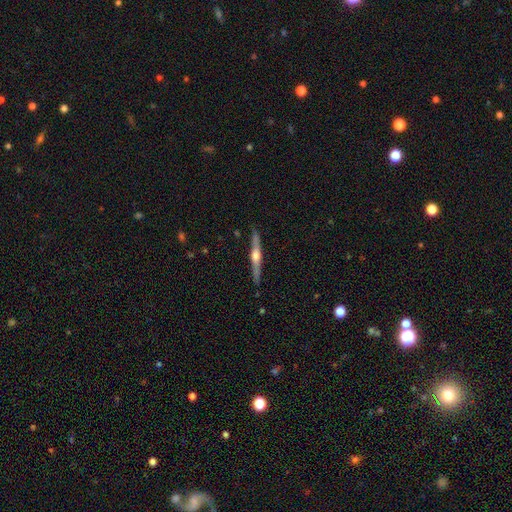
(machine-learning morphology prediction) The model was most divided on "smooth or featured": featured or disk: 74%, smooth: 21%, star or artifact: 5%. More confident: edge-on disk — yes (98%); edge-on bulge — rounded (90%); merging — none (88%).